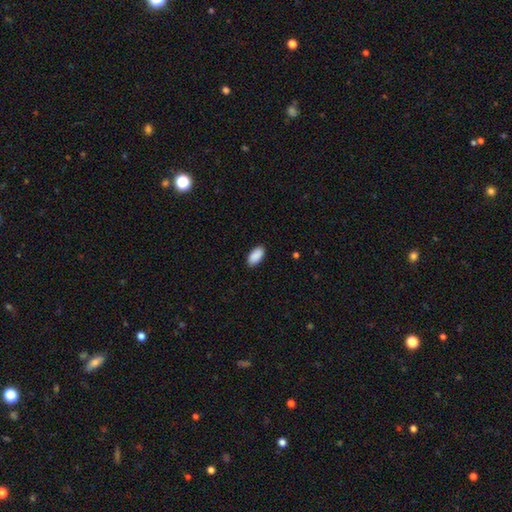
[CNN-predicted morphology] Q: Smooth or featured?
A: smooth (91%); runner-up: star or artifact (6%)
Q: How rounded?
A: in between (94%); runner-up: cigar-shaped (4%)
Q: Merging?
A: none (89%); runner-up: minor disturbance (8%)